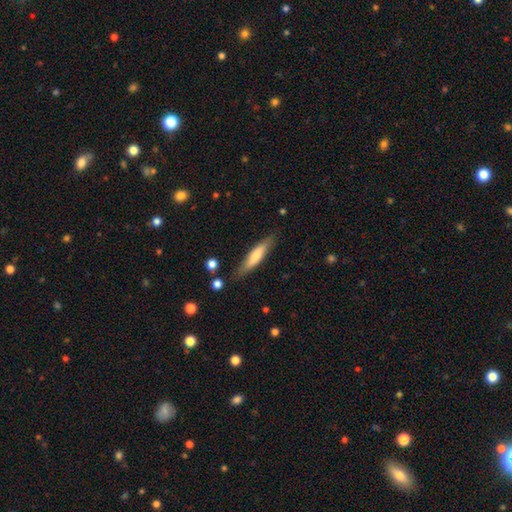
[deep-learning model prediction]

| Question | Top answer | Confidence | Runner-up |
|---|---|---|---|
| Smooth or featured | smooth | 66% | featured or disk (29%) |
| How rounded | cigar-shaped | 83% | in between (16%) |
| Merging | none | 82% | minor disturbance (13%) |